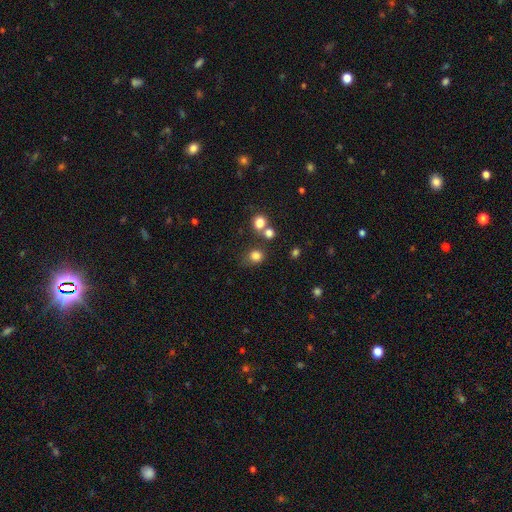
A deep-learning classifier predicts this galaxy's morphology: A smooth galaxy with no disk features (80%) that is round (78%). Merging: none (67%).